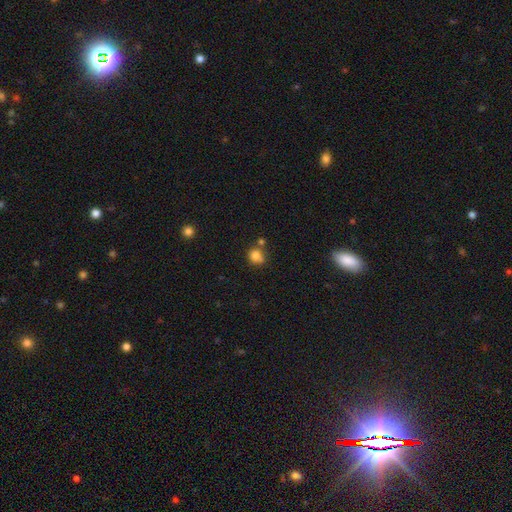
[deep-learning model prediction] This appears to be a smooth galaxy with no disk features (80%) that is round (77%). Merging: none (54%).